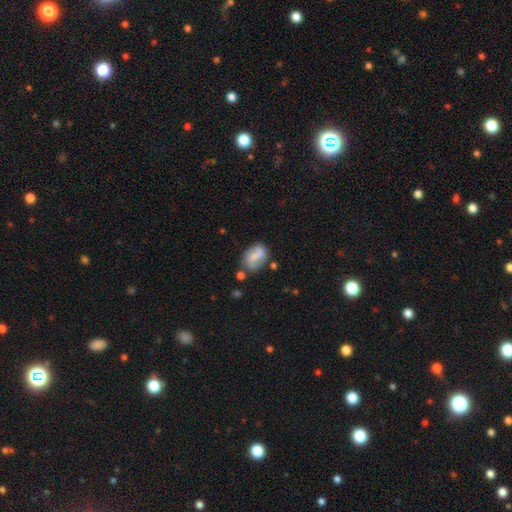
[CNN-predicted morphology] Smooth or featured? featured or disk (47%)
Merging? none (58%)